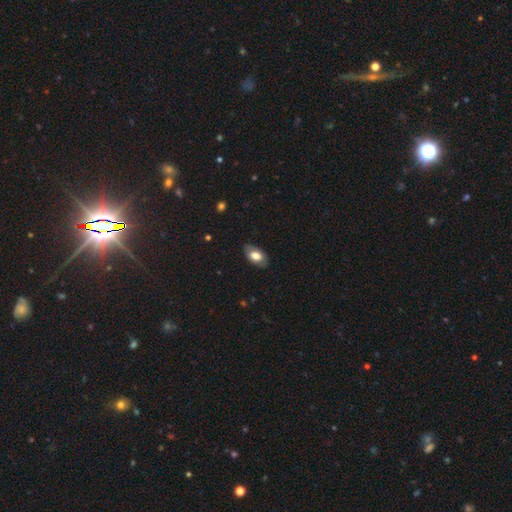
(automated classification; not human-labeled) A smooth galaxy with no disk features (71%) that is in between round and cigar-shaped (93%).

Vote fractions:
- Smooth or featured? smooth: 71% / featured or disk: 22% / star or artifact: 6%
- How rounded? in between: 93% / round: 5% / cigar-shaped: 2%
- Merging? none: 81% / minor disturbance: 15% / major disturbance: 3% / merger: 1%